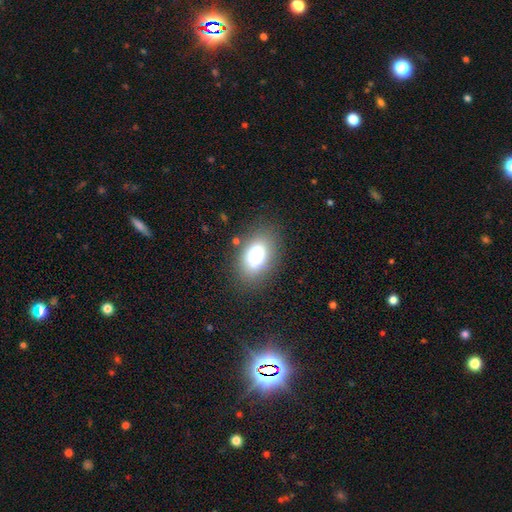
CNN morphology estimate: type=smooth (80%); roundness=in between (88%); merging=none (77%).